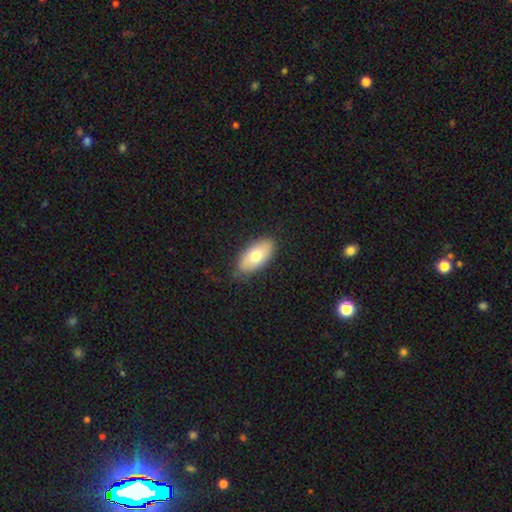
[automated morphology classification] type=smooth (72%); roundness=in between (91%); merging=none (83%).